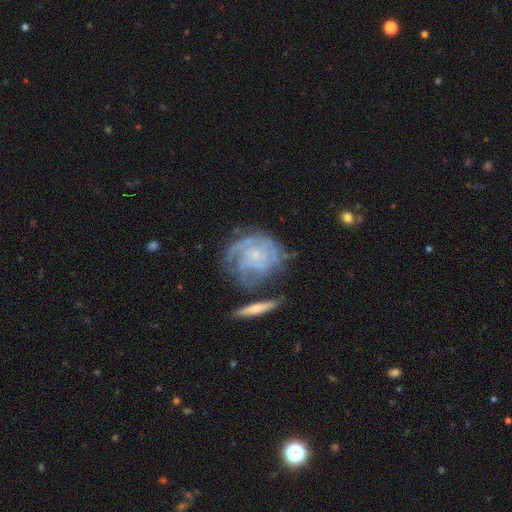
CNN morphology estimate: Smooth or featured? featured or disk (83%)
Edge-on disk? no (97%)
Bar? no (76%)
Spiral arms? yes (94%)
Spiral winding? tight (68%)
Spiral arm count? can't tell (35%)
Bulge size? small (77%)
Merging? none (56%)